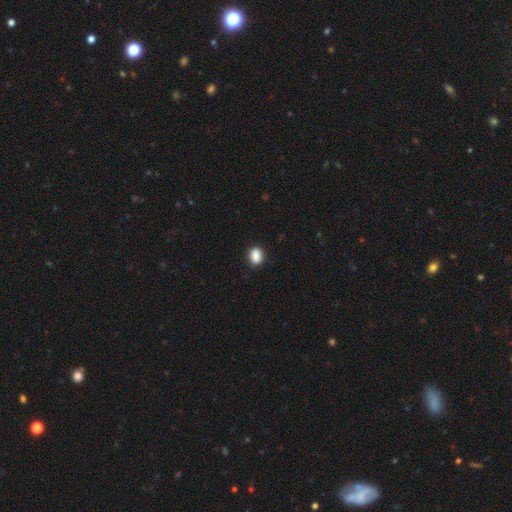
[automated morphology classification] The model was most divided on "how rounded": in between: 61%, round: 38%, cigar-shaped: 1%. More confident: smooth or featured — smooth (88%); merging — none (86%).